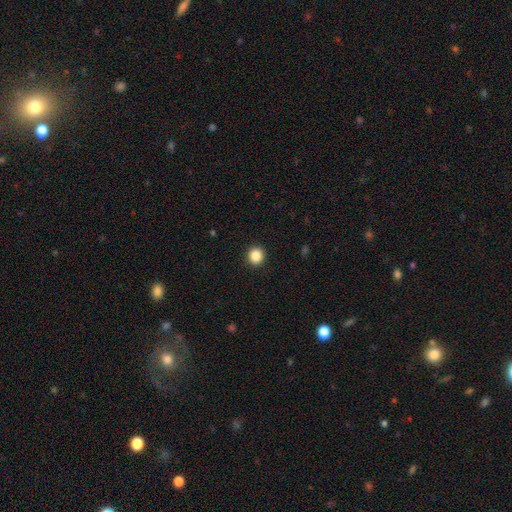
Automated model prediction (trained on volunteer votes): This appears to be a smooth galaxy with no disk features (87%) that is round (92%). Merging: none (93%).